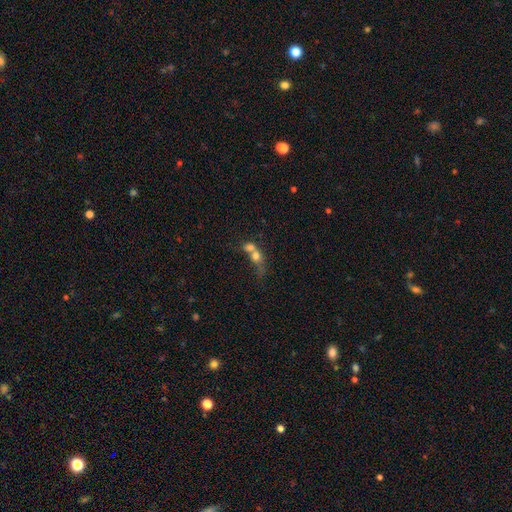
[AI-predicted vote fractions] smooth 66%, featured or disk 23%, star or artifact 11%. Down the decision tree: how rounded — round (56%); merging — merger (74%).